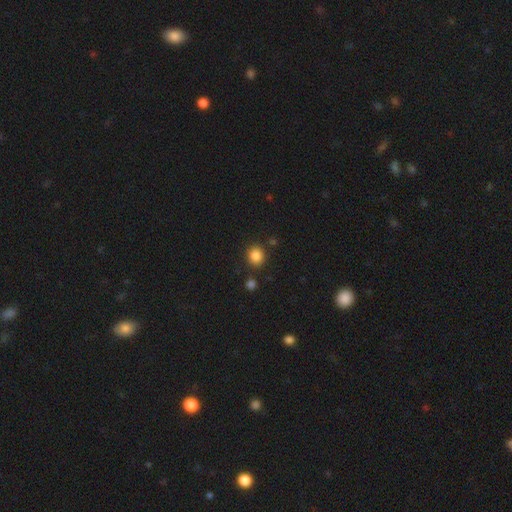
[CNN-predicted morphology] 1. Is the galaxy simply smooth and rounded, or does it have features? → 86% smooth, 11% star or artifact, 4% featured or disk.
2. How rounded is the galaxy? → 83% round, 16% in between, 1% cigar-shaped.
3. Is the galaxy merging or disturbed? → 84% none, 8% minor disturbance, 5% merger, 3% major disturbance.